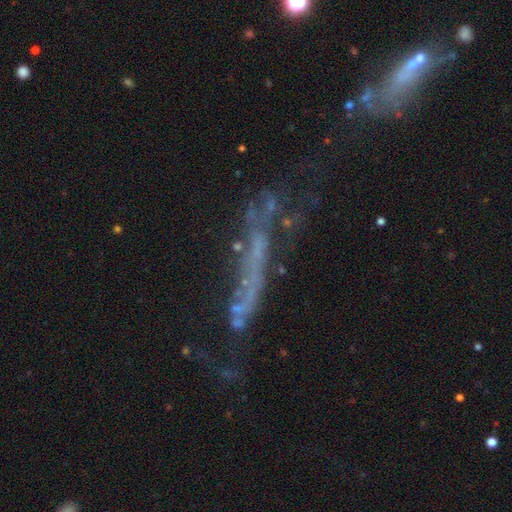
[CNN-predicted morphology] Smooth or featured?
  - featured or disk: 51% *
  - smooth: 26%
  - star or artifact: 23%
Edge-on disk?
  - no: 58% *
  - yes: 42%
Merging?
  - none: 33% *
  - major disturbance: 31%
  - minor disturbance: 19%
  - merger: 18%